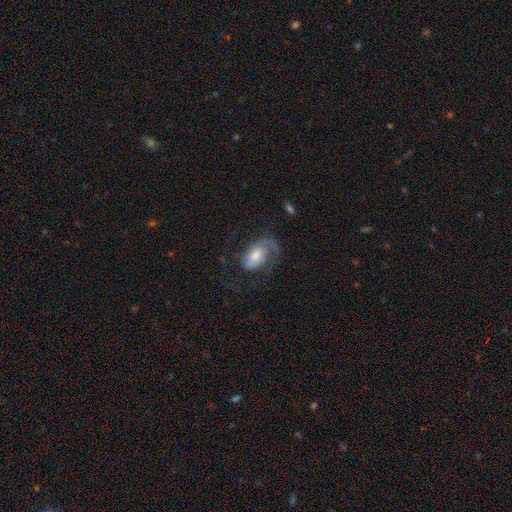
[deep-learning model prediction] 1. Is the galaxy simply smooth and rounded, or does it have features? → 59% featured or disk, 33% smooth, 8% star or artifact.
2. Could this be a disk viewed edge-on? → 95% no, 5% yes.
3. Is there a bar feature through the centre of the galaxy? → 58% no, 33% weak, 9% strong.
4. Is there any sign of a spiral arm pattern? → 86% yes, 14% no.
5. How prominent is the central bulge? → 55% moderate, 27% small, 13% large, 3% none, 2% dominant.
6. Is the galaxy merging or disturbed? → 48% none, 28% major disturbance, 22% minor disturbance, 2% merger.